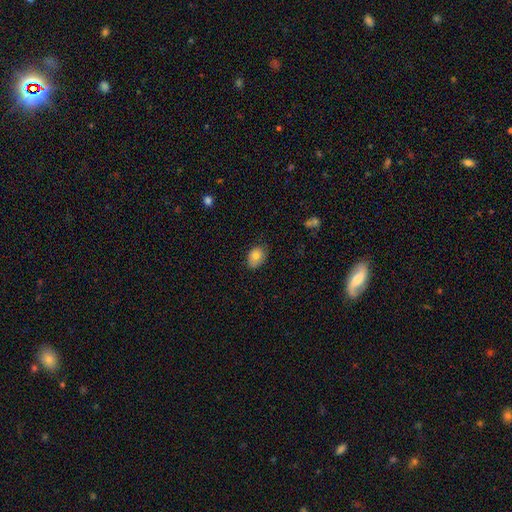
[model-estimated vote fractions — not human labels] Smooth or featured?
  - smooth: 79% *
  - featured or disk: 13%
  - star or artifact: 8%
How rounded?
  - in between: 76% *
  - round: 23%
  - cigar-shaped: 1%
Merging?
  - none: 79% *
  - minor disturbance: 17%
  - major disturbance: 3%
  - merger: 1%